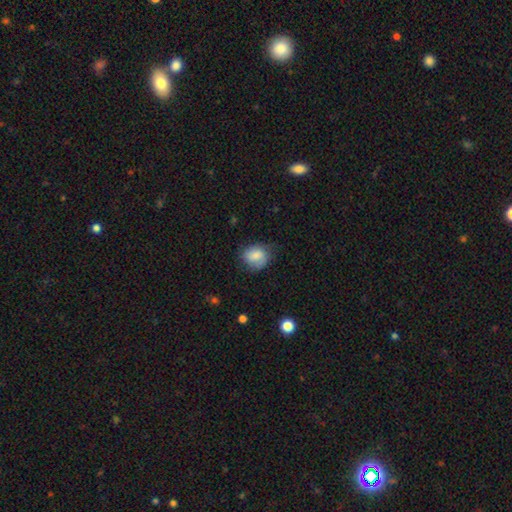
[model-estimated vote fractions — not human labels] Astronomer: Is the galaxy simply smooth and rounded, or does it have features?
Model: smooth — 77%.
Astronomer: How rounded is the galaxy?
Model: round — 62%.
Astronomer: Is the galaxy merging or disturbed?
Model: none — 62%.